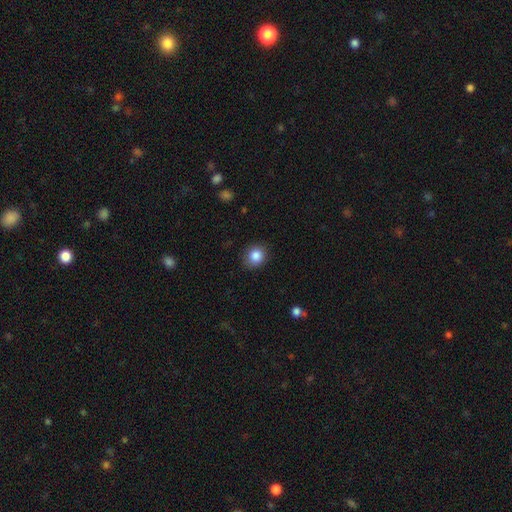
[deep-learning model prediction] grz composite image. It shows a smooth galaxy with no disk features (86%) that is round (72%). Merging: none (85%).